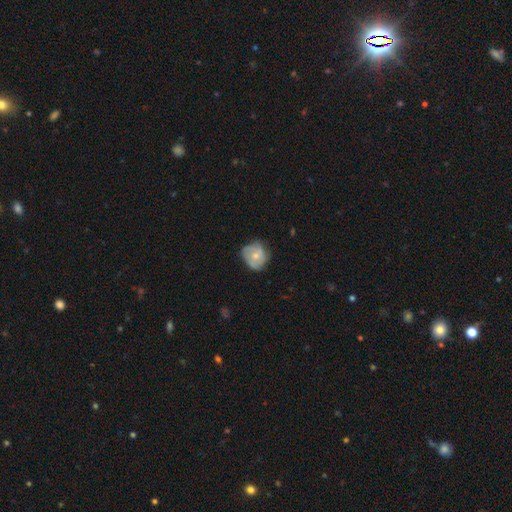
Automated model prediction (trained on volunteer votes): A smooth galaxy with no disk features (53%) that is round (74%). Merging: none (57%).